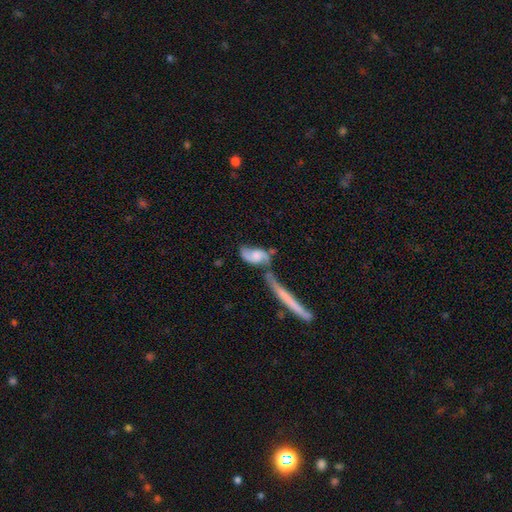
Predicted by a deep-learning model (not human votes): Smooth or featured: featured or disk — 62% (smooth — 31%)
Edge-on disk: no — 89% (yes — 11%)
Bar: no — 65% (weak — 27%)
Spiral arms: yes — 85% (no — 15%)
Bulge size: moderate — 31% (none — 30%)
Merging: merger — 39% (none — 33%)